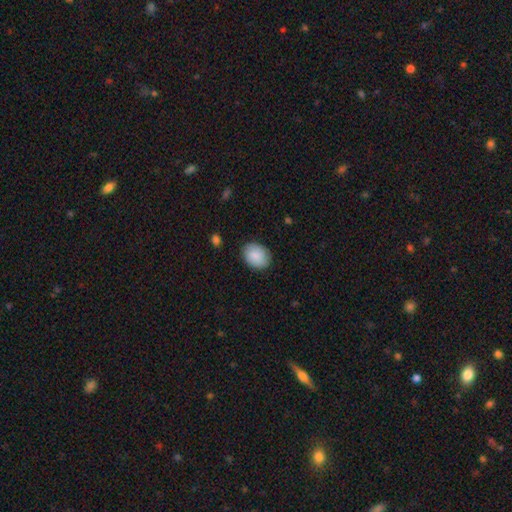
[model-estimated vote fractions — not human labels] Overall: smooth (88%). How rounded: in between (64%; round 35%). Merging: none (86%).